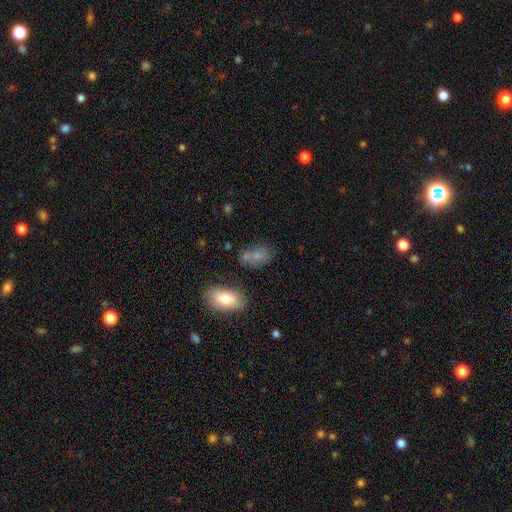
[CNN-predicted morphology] A smooth galaxy with no disk features (67%) that is in between round and cigar-shaped (84%). Merging: none (58%).